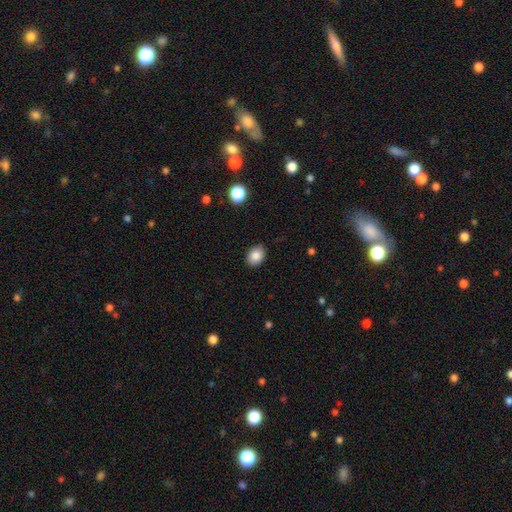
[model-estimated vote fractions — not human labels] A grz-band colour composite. It shows a smooth galaxy with no disk features (86%) that is in between round and cigar-shaped (61%). Merging: none (87%).